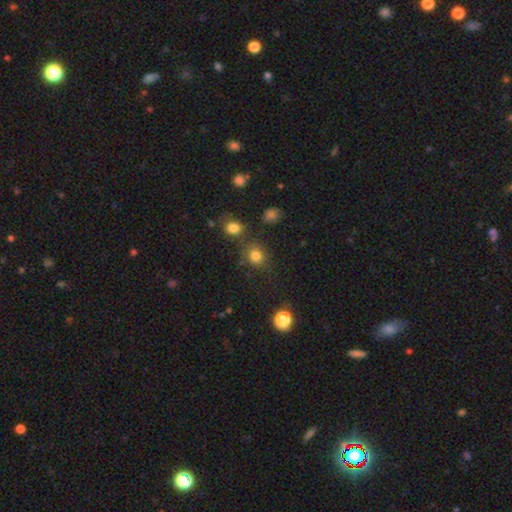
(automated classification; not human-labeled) A smooth galaxy with no disk features (79%) that is round (75%).

Vote fractions:
- Smooth or featured? smooth: 79% / star or artifact: 15% / featured or disk: 7%
- How rounded? round: 75% / in between: 24% / cigar-shaped: 1%
- Merging? none: 71% / minor disturbance: 12% / merger: 12% / major disturbance: 5%